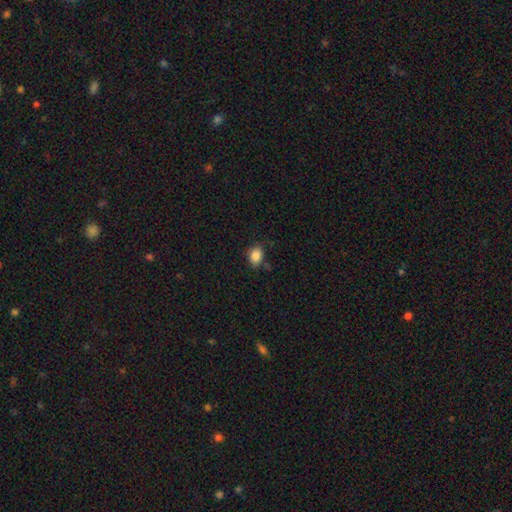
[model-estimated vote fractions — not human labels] Q: Smooth or featured?
A: smooth (86%); runner-up: star or artifact (10%)
Q: How rounded?
A: in between (67%); runner-up: round (32%)
Q: Merging?
A: none (74%); runner-up: minor disturbance (18%)